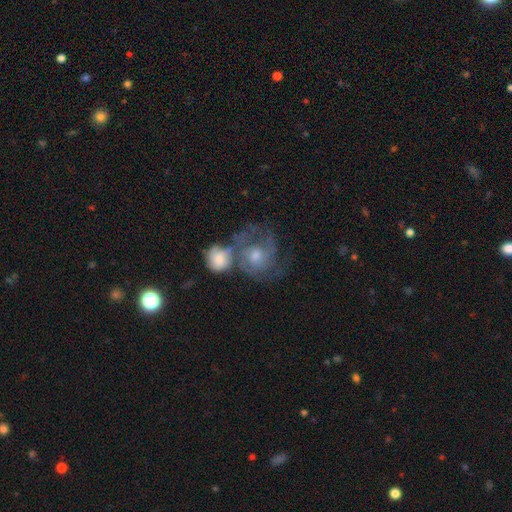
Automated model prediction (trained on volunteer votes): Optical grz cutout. It shows a featured or disk galaxy (70%) with no bar (70%), tight (48%) spiral arms (84%) and a moderate central bulge (57%). Merging: merger (41%).